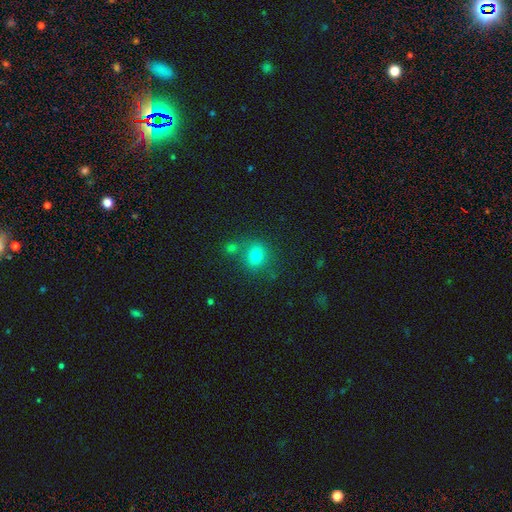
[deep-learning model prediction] Smooth or featured?
  - smooth: 76% *
  - star or artifact: 15%
  - featured or disk: 9%
How rounded?
  - round: 69% *
  - in between: 30%
  - cigar-shaped: 1%
Merging?
  - none: 64% *
  - merger: 20%
  - minor disturbance: 12%
  - major disturbance: 4%